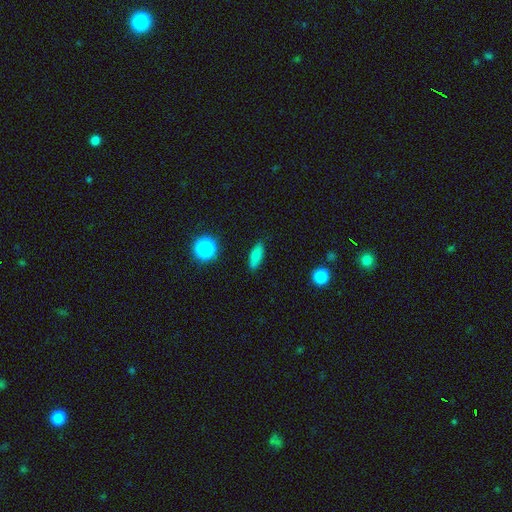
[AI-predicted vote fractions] Smooth or featured?
  - smooth: 78% *
  - featured or disk: 12%
  - star or artifact: 10%
How rounded?
  - in between: 63% *
  - cigar-shaped: 32%
  - round: 5%
Merging?
  - none: 85% *
  - minor disturbance: 11%
  - major disturbance: 2%
  - merger: 1%